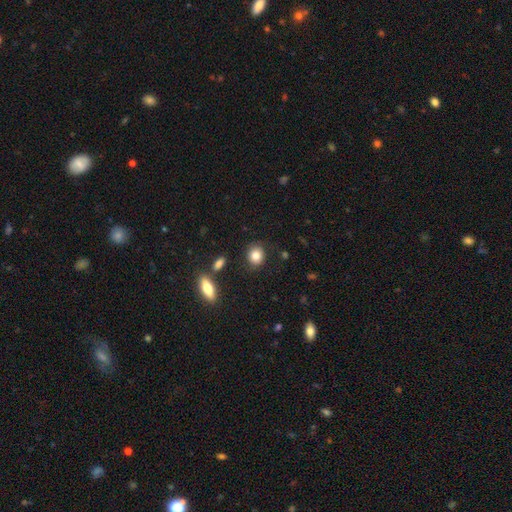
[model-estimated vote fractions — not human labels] smooth 84%, star or artifact 8%, featured or disk 7%. Down the decision tree: how rounded — round (66%); merging — none (83%).